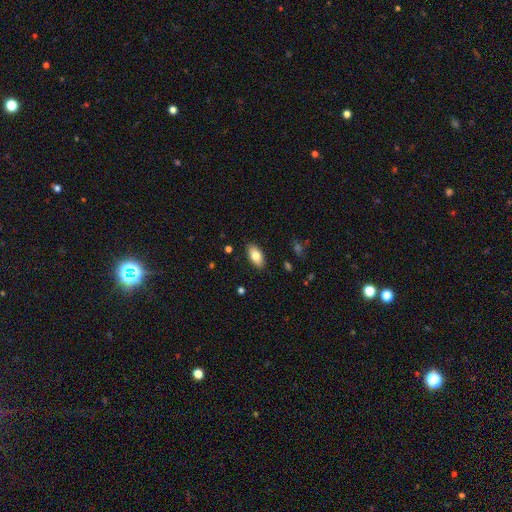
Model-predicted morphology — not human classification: Smooth or featured?
  - smooth: 79% *
  - featured or disk: 14%
  - star or artifact: 7%
How rounded?
  - in between: 92% *
  - cigar-shaped: 5%
  - round: 3%
Merging?
  - none: 88% *
  - minor disturbance: 9%
  - major disturbance: 2%
  - merger: 1%